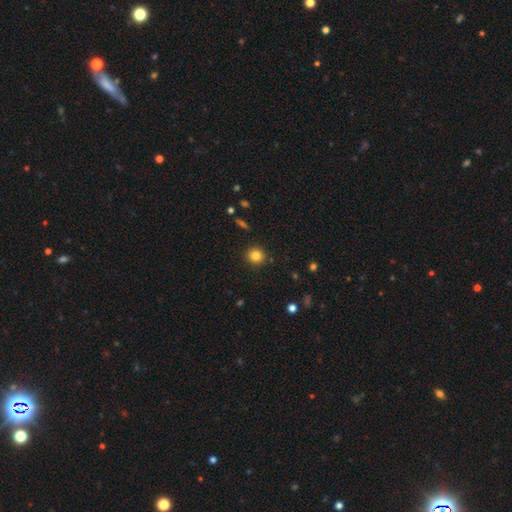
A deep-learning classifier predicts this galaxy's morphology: Smooth or featured? smooth (83%)
How rounded? round (90%)
Merging? none (90%)